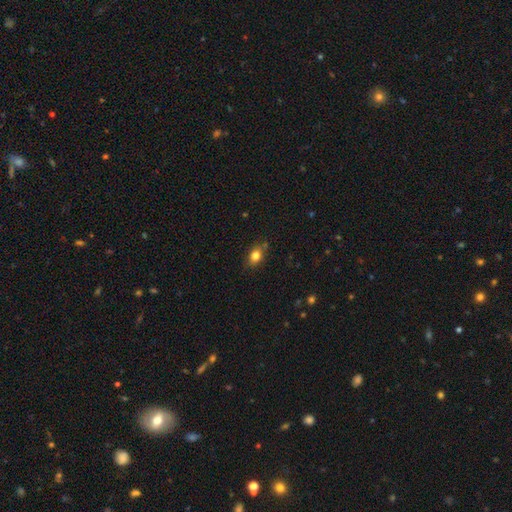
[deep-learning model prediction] The model was most divided on "how rounded": in between: 71%, round: 27%, cigar-shaped: 2%. More confident: smooth or featured — smooth (81%); merging — none (76%).